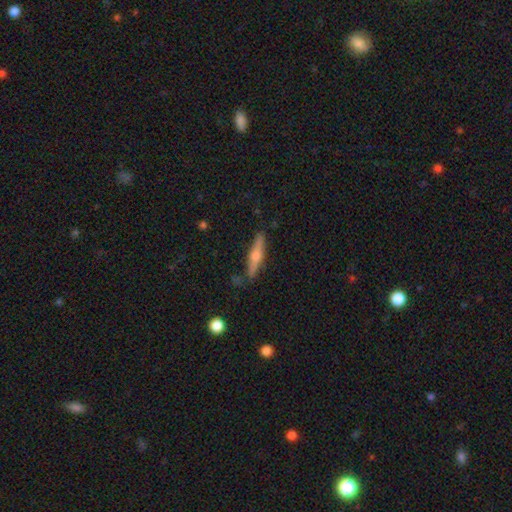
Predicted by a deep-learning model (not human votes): Morphology: type=featured or disk (59%); edge-on=yes (96%); edge-on bulge=rounded (84%); merging=none (85%).